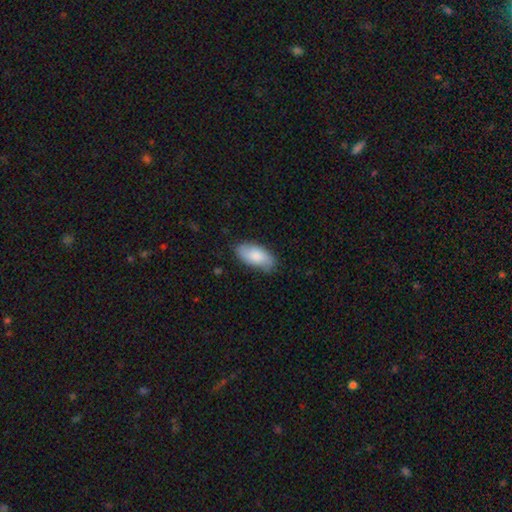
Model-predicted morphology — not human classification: Smooth or featured? Predicted: smooth (p=0.77). How rounded? Predicted: in between (p=0.93). Merging? Predicted: none (p=0.78).